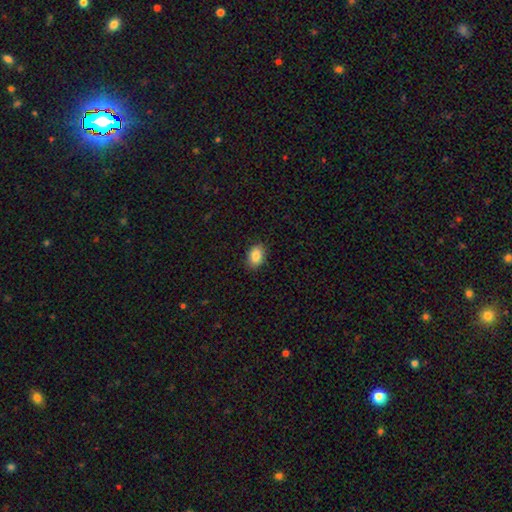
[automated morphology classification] Q: Smooth or featured?
A: smooth (86%); runner-up: star or artifact (8%)
Q: How rounded?
A: in between (80%); runner-up: round (19%)
Q: Merging?
A: none (87%); runner-up: minor disturbance (10%)